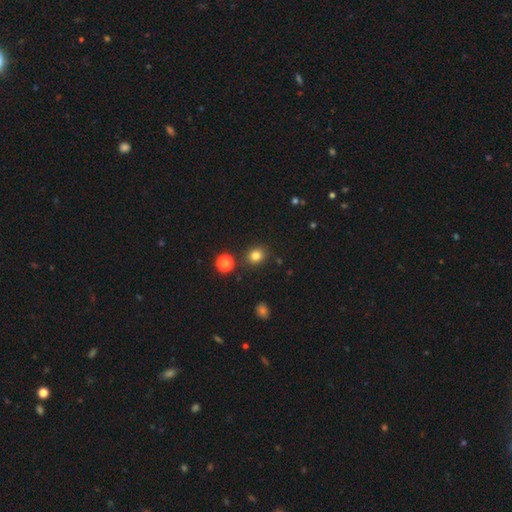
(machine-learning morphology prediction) smooth-or-featured: smooth: 81% | star or artifact: 14% | featured or disk: 5%
  how-rounded: round: 77% | in between: 22% | cigar-shaped: 1%
  merging: none: 85% | minor disturbance: 8% | merger: 4% | major disturbance: 3%